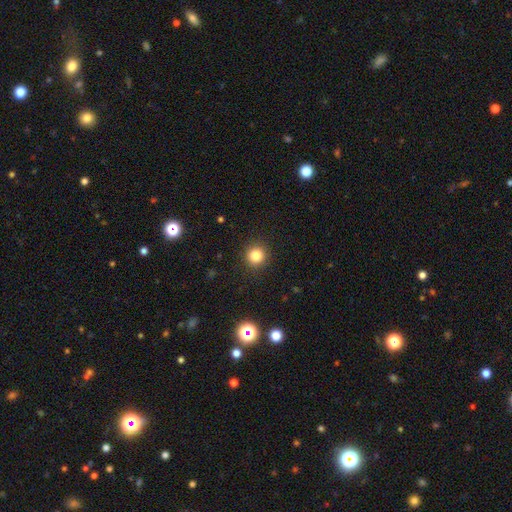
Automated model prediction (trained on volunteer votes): Smooth or featured? smooth (83%)
How rounded? round (92%)
Merging? none (90%)